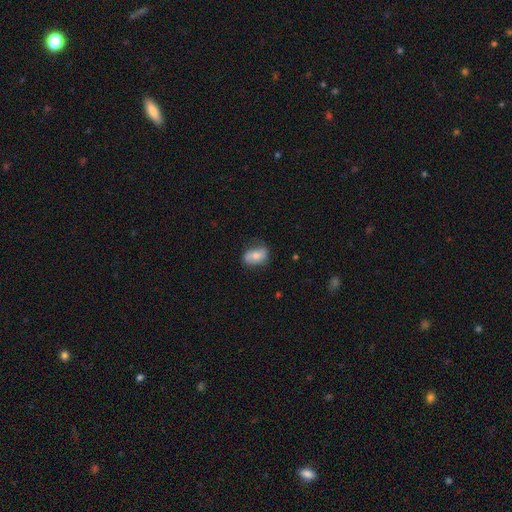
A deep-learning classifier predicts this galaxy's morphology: smooth_or_featured: smooth (p=0.64) [alt: featured or disk p=0.28]
how_rounded: in between (p=0.84) [alt: round p=0.13]
merging: none (p=0.68) [alt: minor disturbance p=0.24]